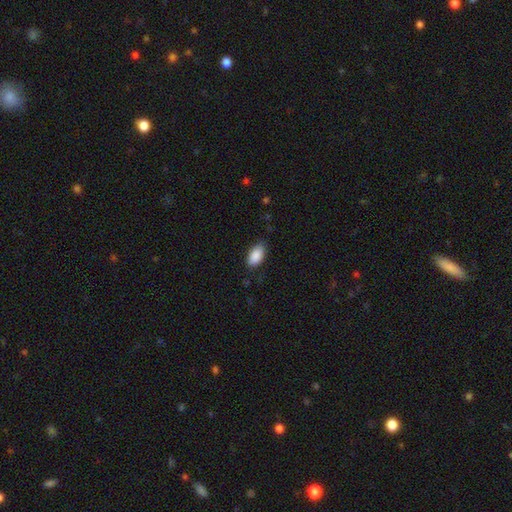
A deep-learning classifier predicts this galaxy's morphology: smooth-or-featured: smooth: 89% | star or artifact: 7% | featured or disk: 4%
  how-rounded: in between: 93% | cigar-shaped: 3% | round: 3%
  merging: none: 77% | minor disturbance: 19% | major disturbance: 3% | merger: 1%